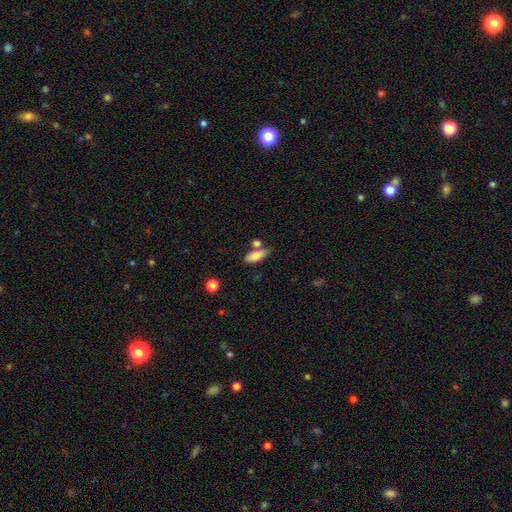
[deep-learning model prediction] Smooth or featured? smooth (76%)
How rounded? in between (68%)
Merging? none (52%)